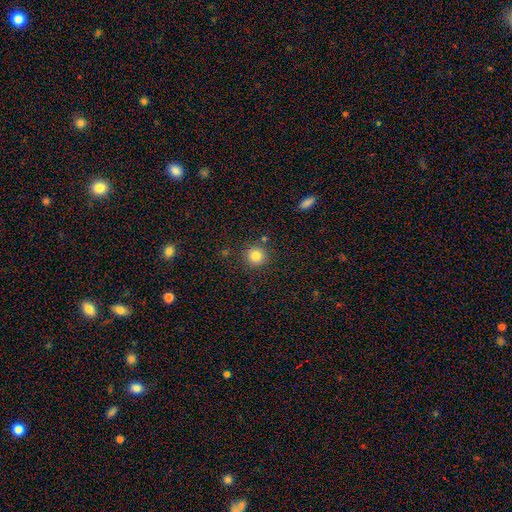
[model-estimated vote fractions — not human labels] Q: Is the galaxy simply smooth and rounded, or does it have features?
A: smooth — 84%.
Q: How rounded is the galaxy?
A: round — 93%.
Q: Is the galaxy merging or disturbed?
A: none — 86%.